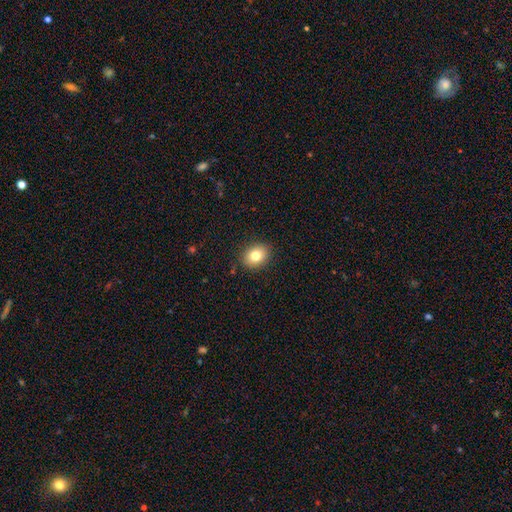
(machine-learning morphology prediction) This appears to be a smooth galaxy with no disk features (80%) that is in between round and cigar-shaped (55%). Merging: none (89%).